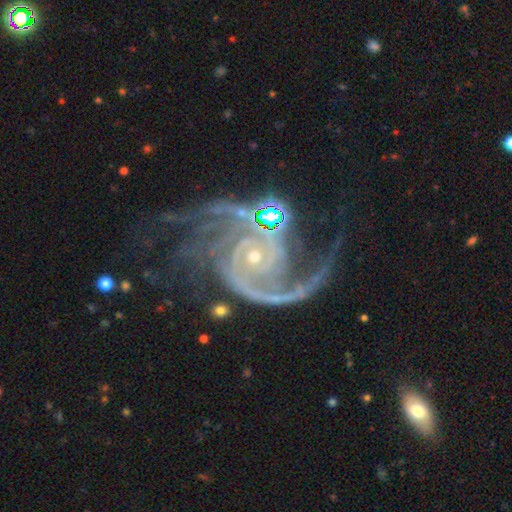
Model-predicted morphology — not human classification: smooth_or_featured: featured or disk (p=0.92) [alt: star or artifact p=0.06]
disk_edge_on: no (p=0.98) [alt: yes p=0.02]
bar: no (p=0.67) [alt: weak p=0.23]
has_spiral_arms: yes (p=0.98) [alt: no p=0.02]
spiral_winding: medium (p=0.51) [alt: tight p=0.35]
spiral_arm_count: 2 (p=0.51) [alt: 3 p=0.18]
bulge_size: small (p=0.83) [alt: moderate p=0.13]
merging: none (p=0.45) [alt: major disturbance p=0.25]